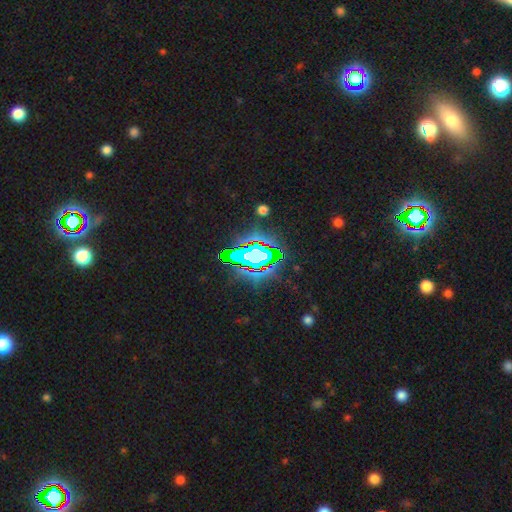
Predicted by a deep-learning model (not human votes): This is likely a star or artifact rather than a galaxy (65%).